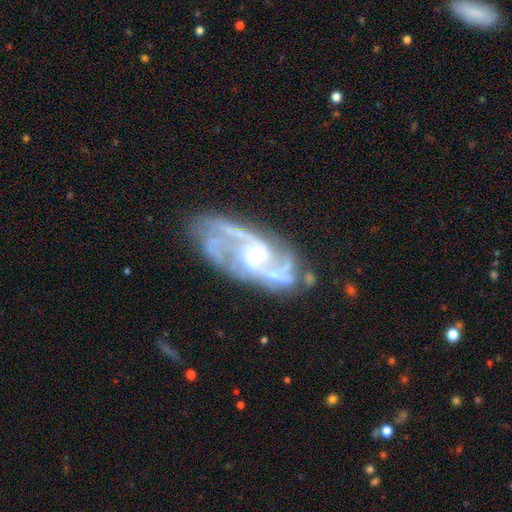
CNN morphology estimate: A featured or disk galaxy (90%) with no bar (49%), 2 (52%) medium (53%) spiral arms (97%) and a small central bulge (58%).

Vote fractions:
- Smooth or featured? featured or disk: 90% / star or artifact: 6% / smooth: 5%
- Edge-on disk? no: 95% / yes: 5%
- Bar? no: 49% / weak: 39% / strong: 12%
- Spiral arms? yes: 97% / no: 3%
- Spiral winding? medium: 53% / tight: 28% / loose: 19%
- Spiral arm count? 2: 52% / 3: 22% / can't tell: 12% / 4: 6% / 1: 4% / more than 4: 4%
- Bulge size? small: 58% / moderate: 36% / none: 3% / large: 2% / dominant: 1%
- Merging? none: 69% / minor disturbance: 18% / major disturbance: 10% / merger: 3%